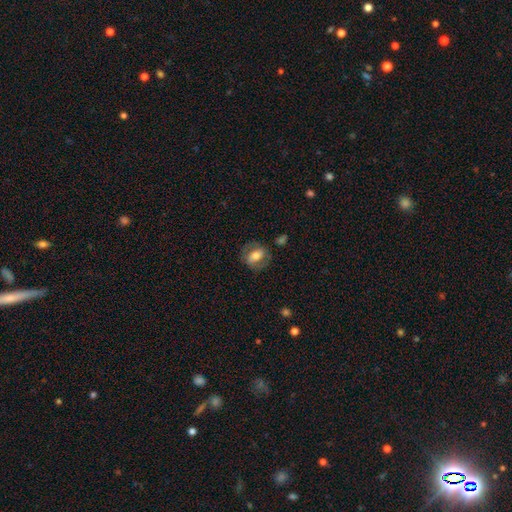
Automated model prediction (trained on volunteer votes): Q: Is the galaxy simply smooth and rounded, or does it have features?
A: smooth — 51%.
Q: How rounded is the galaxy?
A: in between — 62%.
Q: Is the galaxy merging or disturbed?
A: none — 72%.